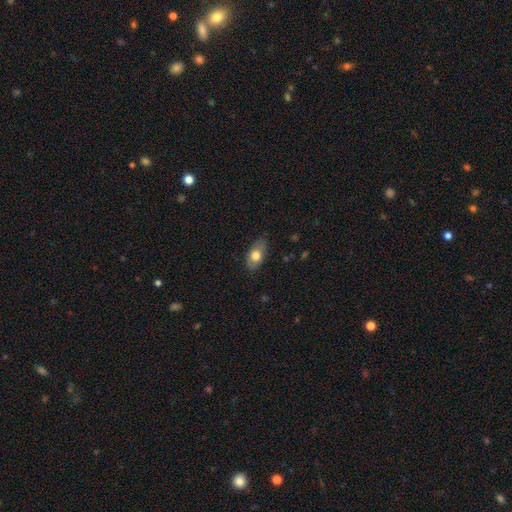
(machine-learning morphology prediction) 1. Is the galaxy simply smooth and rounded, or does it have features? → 70% smooth, 24% featured or disk, 7% star or artifact.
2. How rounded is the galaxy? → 90% in between, 7% round, 3% cigar-shaped.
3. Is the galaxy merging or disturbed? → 77% none, 18% minor disturbance, 4% major disturbance, 1% merger.